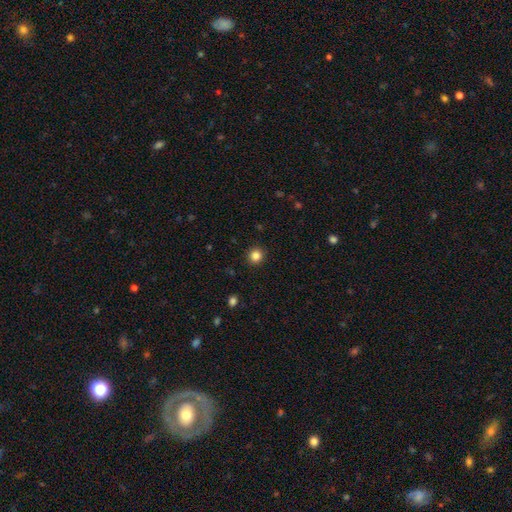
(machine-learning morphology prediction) A smooth galaxy with no disk features (84%) that is round (91%). Merging: none (92%).